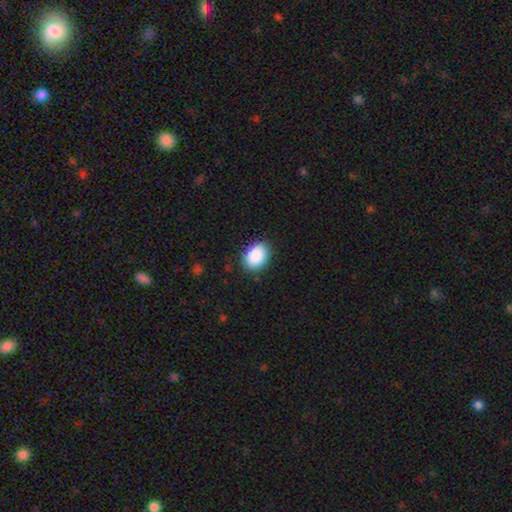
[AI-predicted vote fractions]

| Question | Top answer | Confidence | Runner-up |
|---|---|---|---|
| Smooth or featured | smooth | 90% | star or artifact (7%) |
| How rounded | in between | 78% | round (21%) |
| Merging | none | 88% | minor disturbance (9%) |